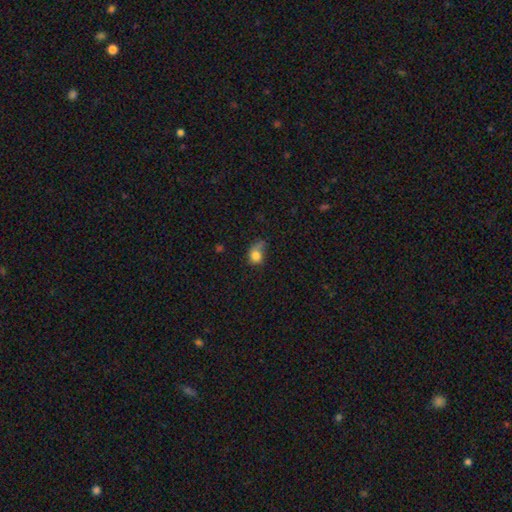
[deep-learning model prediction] The model was most divided on "merging" (2-way tie): none: 32%, minor disturbance: 32%, major disturbance: 30%, merger: 6%. More confident: smooth or featured — smooth (78%); how rounded — round (55%).